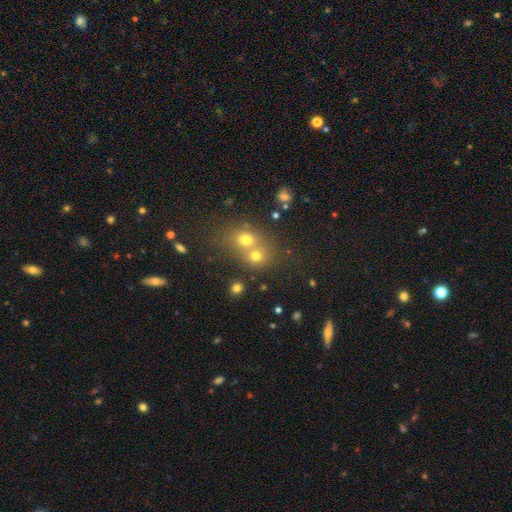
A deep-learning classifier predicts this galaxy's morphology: This appears to be a smooth galaxy with no disk features (69%) that is round (76%). Merging: merger (53%).